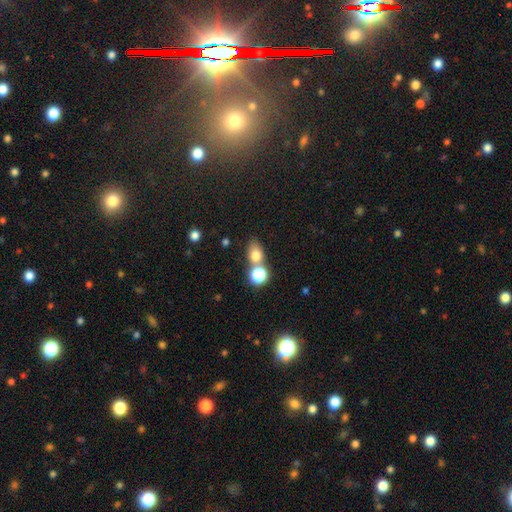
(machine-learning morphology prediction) Smooth or featured?
  - smooth: 75% *
  - star or artifact: 14%
  - featured or disk: 11%
How rounded?
  - in between: 58% *
  - round: 40%
  - cigar-shaped: 2%
Merging?
  - none: 49% *
  - merger: 35%
  - minor disturbance: 11%
  - major disturbance: 5%